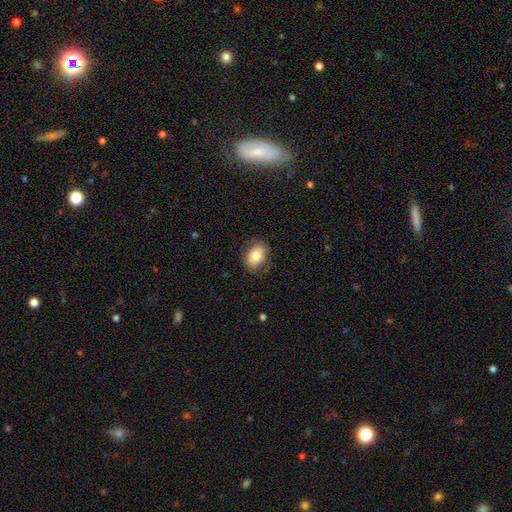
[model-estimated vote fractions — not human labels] Smooth or featured?
  - smooth: 81% *
  - featured or disk: 11%
  - star or artifact: 8%
How rounded?
  - in between: 70% *
  - round: 29%
  - cigar-shaped: 1%
Merging?
  - none: 81% *
  - minor disturbance: 14%
  - major disturbance: 4%
  - merger: 1%